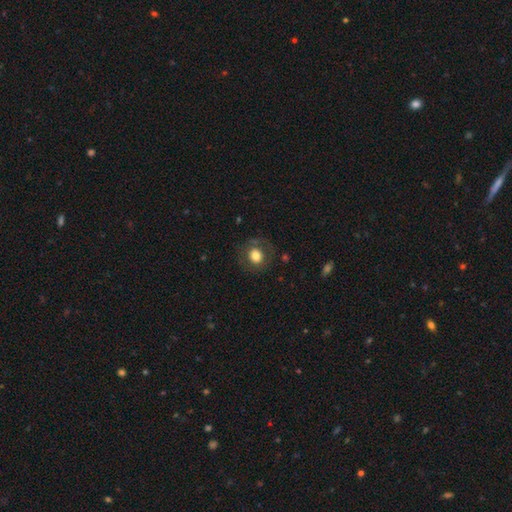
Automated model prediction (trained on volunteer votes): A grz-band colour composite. It shows a smooth galaxy with no disk features (72%) that is round (76%). Merging: none (79%).